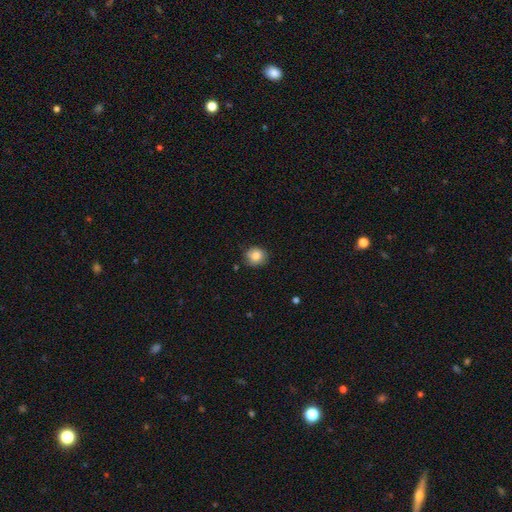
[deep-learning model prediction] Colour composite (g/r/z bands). It shows a smooth galaxy with no disk features (82%) that is round (85%). Merging: none (81%).